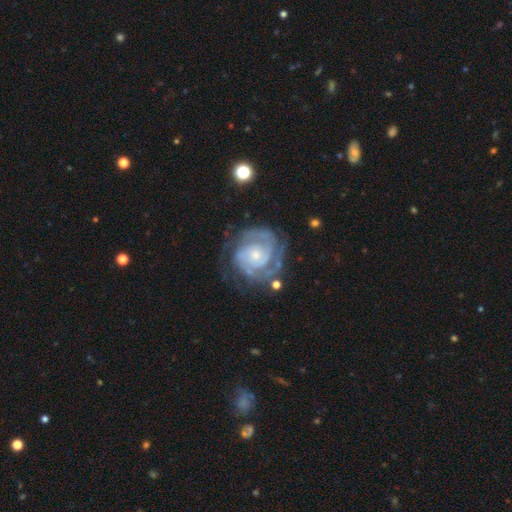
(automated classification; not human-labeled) Smooth or featured?
  - featured or disk: 89% *
  - smooth: 7%
  - star or artifact: 5%
Edge-on disk?
  - no: 98% *
  - yes: 2%
Bar?
  - no: 72% *
  - weak: 22%
  - strong: 6%
Spiral arms?
  - yes: 97% *
  - no: 3%
Spiral winding?
  - tight: 70% *
  - medium: 25%
  - loose: 5%
Spiral arm count?
  - 2: 45% *
  - 3: 20%
  - can't tell: 20%
  - 4: 6%
  - 1: 5%
  - more than 4: 4%
Bulge size?
  - small: 67% *
  - moderate: 26%
  - none: 3%
  - large: 2%
  - dominant: 1%
Merging?
  - none: 67% *
  - minor disturbance: 19%
  - major disturbance: 11%
  - merger: 3%